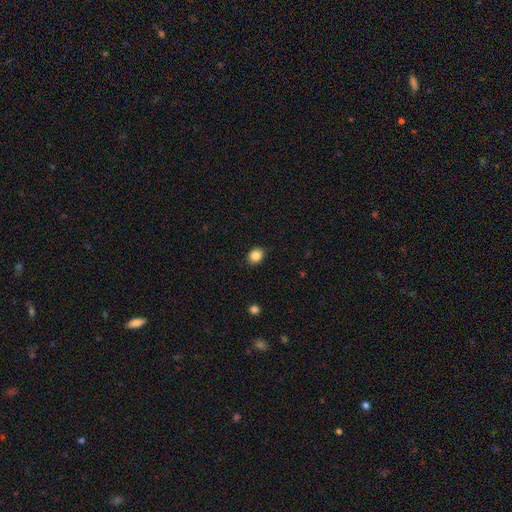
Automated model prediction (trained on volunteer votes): Smooth or featured? smooth (86%)
How rounded? round (60%)
Merging? none (88%)